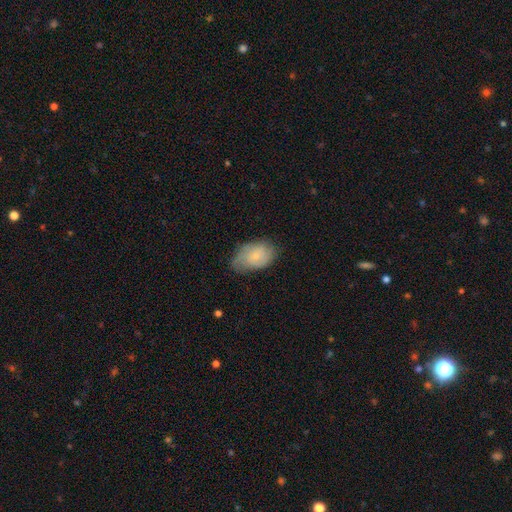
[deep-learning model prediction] Morphology: type=smooth (52%); roundness=in between (89%); merging=none (64%).